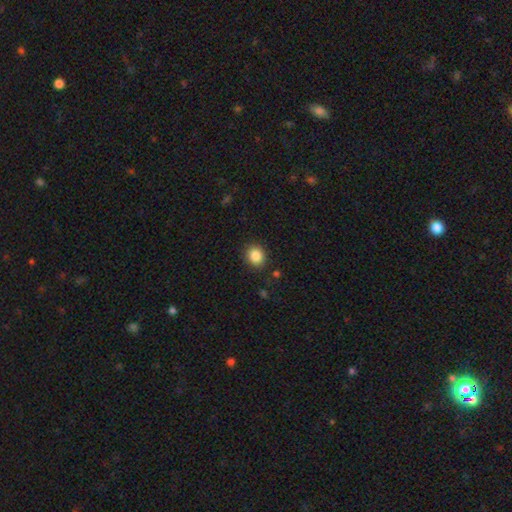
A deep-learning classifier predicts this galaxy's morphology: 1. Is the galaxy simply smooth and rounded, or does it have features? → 87% smooth, 9% star or artifact, 4% featured or disk.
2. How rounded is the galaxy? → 69% round, 30% in between, 1% cigar-shaped.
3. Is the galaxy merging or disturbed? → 88% none, 8% minor disturbance, 3% major disturbance, 1% merger.